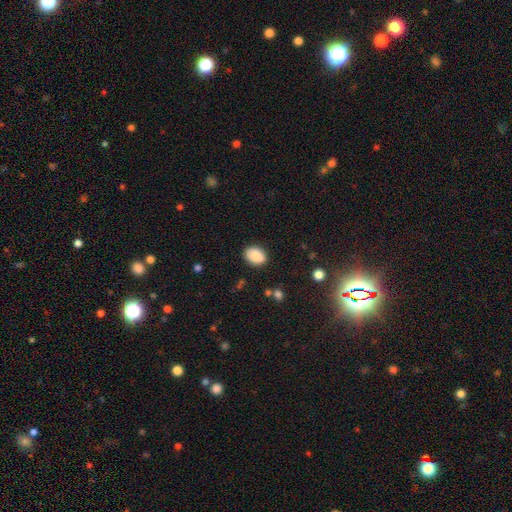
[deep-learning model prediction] Smooth or featured?
  - smooth: 87% *
  - star or artifact: 7%
  - featured or disk: 6%
How rounded?
  - in between: 73% *
  - round: 26%
  - cigar-shaped: 1%
Merging?
  - none: 85% *
  - minor disturbance: 11%
  - major disturbance: 3%
  - merger: 1%